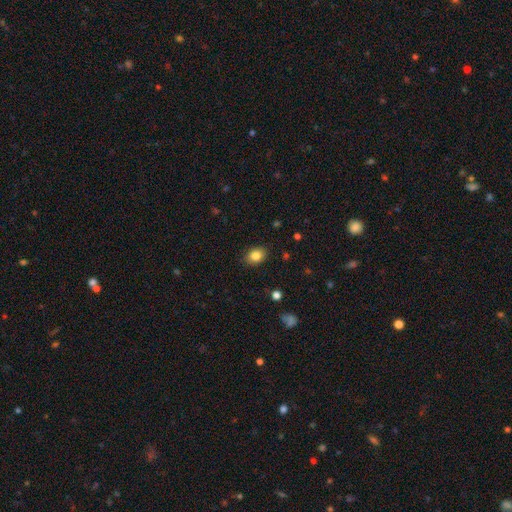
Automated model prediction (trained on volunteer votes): This is clearly a smooth galaxy (84%). How rounded: likely in between (63%). Merging: clearly none (86%).